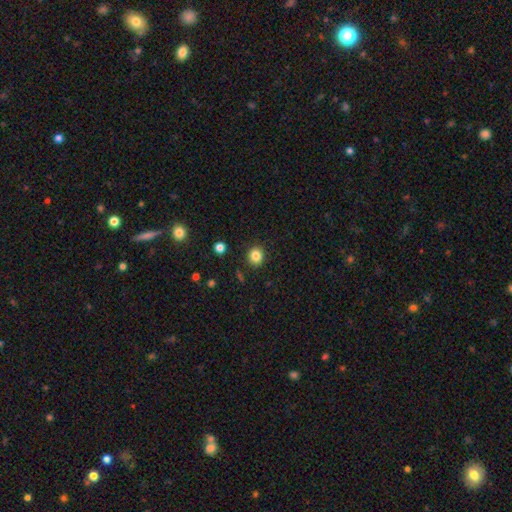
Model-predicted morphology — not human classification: Smooth or featured: smooth — 84% (star or artifact — 11%)
How rounded: round — 84% (in between — 15%)
Merging: none — 90% (minor disturbance — 6%)